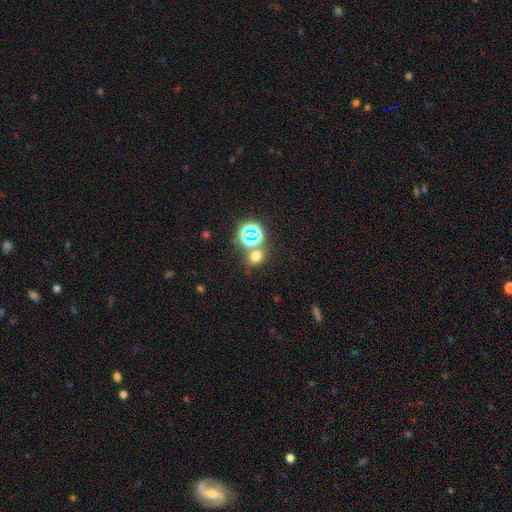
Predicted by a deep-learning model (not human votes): Q: Smooth or featured?
A: smooth (60%); runner-up: star or artifact (33%)
Q: How rounded?
A: round (71%); runner-up: in between (28%)
Q: Merging?
A: none (70%); runner-up: merger (17%)